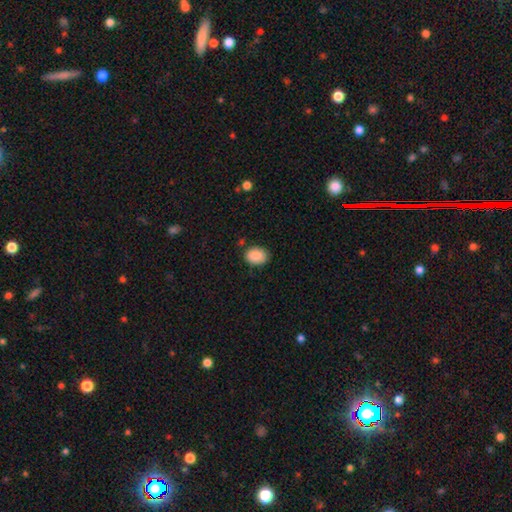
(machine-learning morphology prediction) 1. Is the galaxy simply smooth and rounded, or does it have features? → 89% smooth, 7% star or artifact, 4% featured or disk.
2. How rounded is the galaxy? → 72% in between, 27% round, 1% cigar-shaped.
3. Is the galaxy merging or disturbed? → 82% none, 13% minor disturbance, 3% major disturbance, 2% merger.